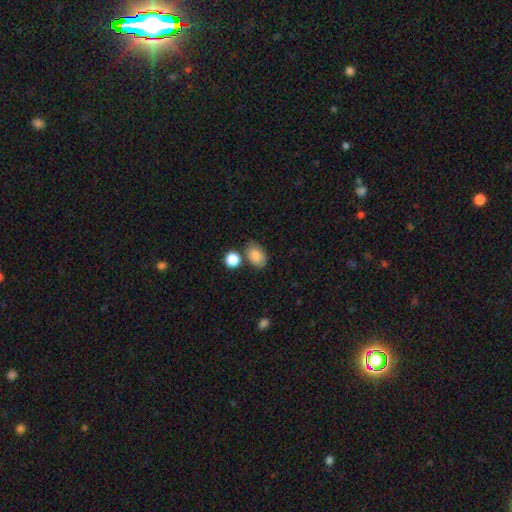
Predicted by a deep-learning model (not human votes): Smooth or featured? Predicted: smooth (p=0.85). How rounded? Predicted: in between (p=0.79). Merging? Predicted: none (p=0.68).